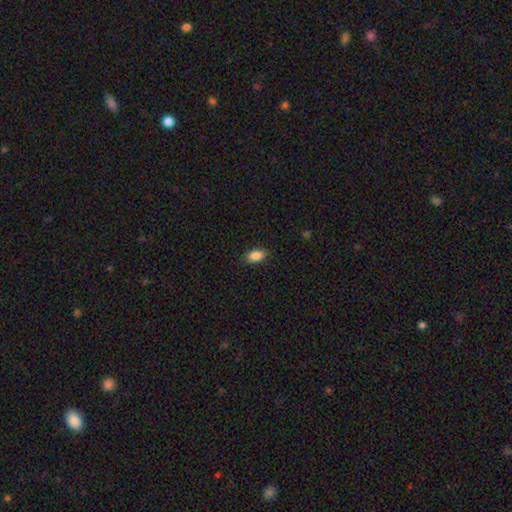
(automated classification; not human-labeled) A smooth galaxy with no disk features (87%) that is in between round and cigar-shaped (90%).

Vote fractions:
- Smooth or featured? smooth: 87% / star or artifact: 8% / featured or disk: 5%
- How rounded? in between: 90% / round: 7% / cigar-shaped: 4%
- Merging? none: 86% / minor disturbance: 10% / major disturbance: 2% / merger: 1%